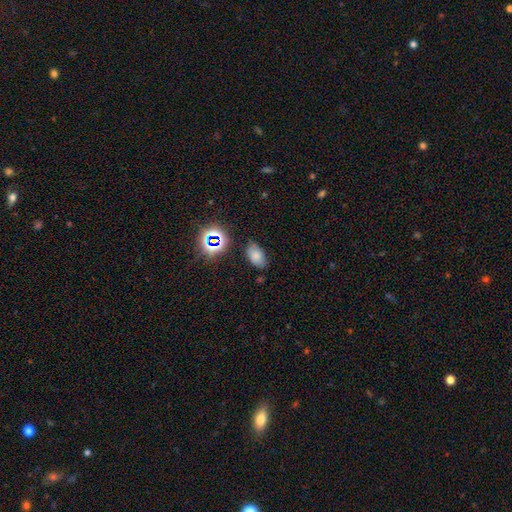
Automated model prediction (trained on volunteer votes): smooth_or_featured: smooth (p=0.71) [alt: star or artifact p=0.18]
how_rounded: in between (p=0.91) [alt: round p=0.07]
merging: none (p=0.78) [alt: minor disturbance p=0.16]